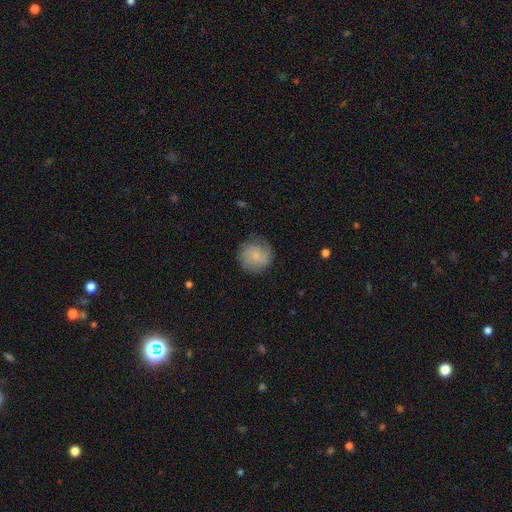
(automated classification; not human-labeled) The model was most divided on "smooth or featured": smooth: 69%, featured or disk: 24%, star or artifact: 7%. More confident: how rounded — round (93%); merging — none (78%).